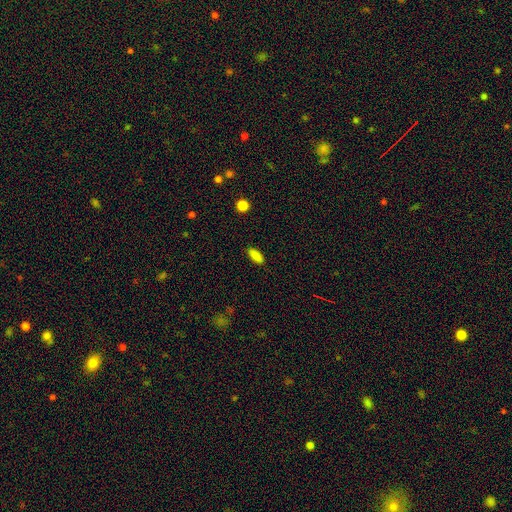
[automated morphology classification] This is clearly a smooth galaxy (87%). How rounded: likely in between (78%). Merging: clearly none (87%).